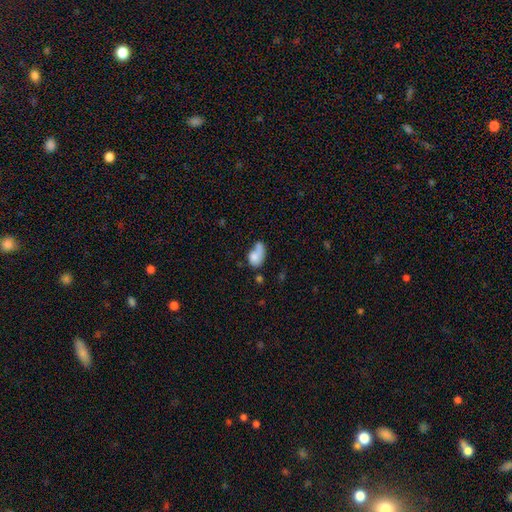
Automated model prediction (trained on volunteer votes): Smooth or featured? Predicted: smooth (p=0.70). How rounded? Predicted: in between (p=0.77). Merging? Predicted: merger (p=0.41).